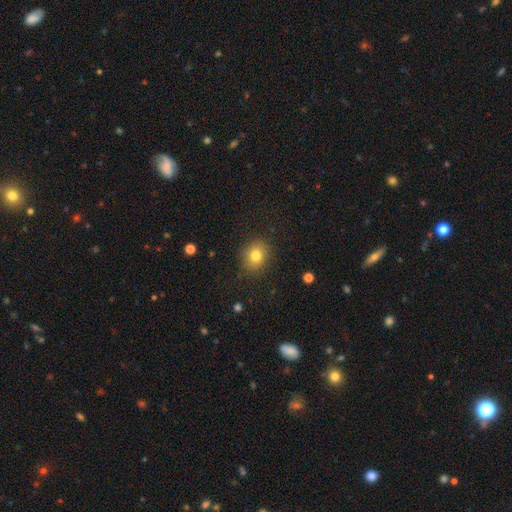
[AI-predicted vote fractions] Smooth or featured? Predicted: smooth (p=0.79). How rounded? Predicted: round (p=0.63). Merging? Predicted: none (p=0.85).